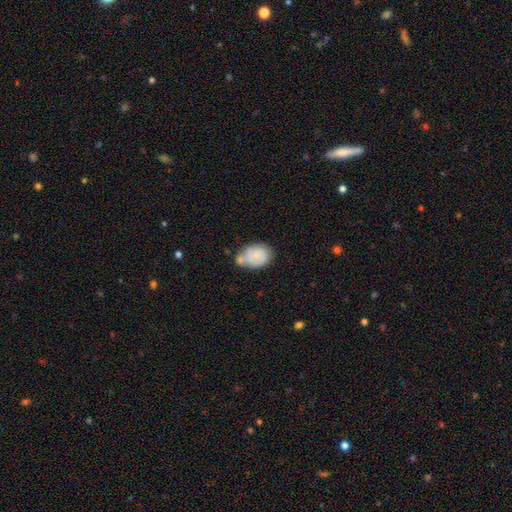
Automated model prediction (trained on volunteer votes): This is likely a smooth galaxy (77%). How rounded: likely in between (67%). Merging: marginally none (38%).